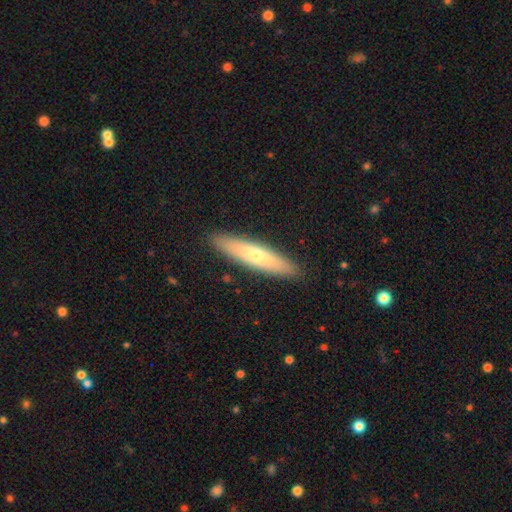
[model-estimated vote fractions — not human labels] The model was most divided on "smooth or featured": smooth: 53%, featured or disk: 41%, star or artifact: 6%. More confident: merging — none (90%); how rounded — cigar-shaped (83%).